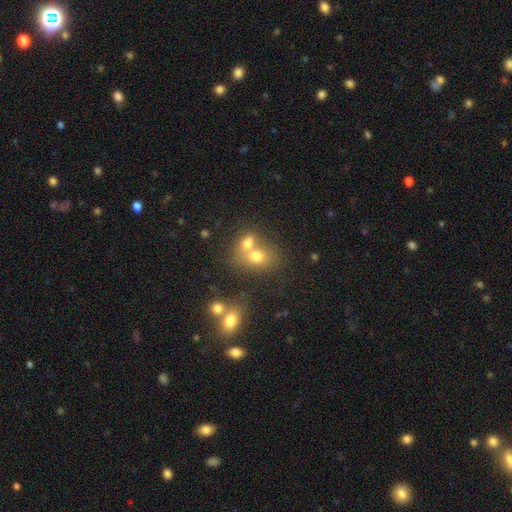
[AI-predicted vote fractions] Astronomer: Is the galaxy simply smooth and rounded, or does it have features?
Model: smooth — 68%.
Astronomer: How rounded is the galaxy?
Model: in between — 53% (runner-up: round, 46%).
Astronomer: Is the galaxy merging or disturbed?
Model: merger — 57%.